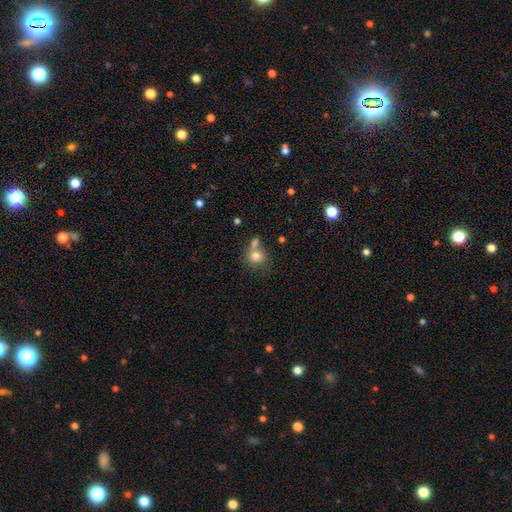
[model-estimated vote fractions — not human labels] This is likely a smooth galaxy (77%). How rounded: clearly round (81%). Merging: possibly none (46%).